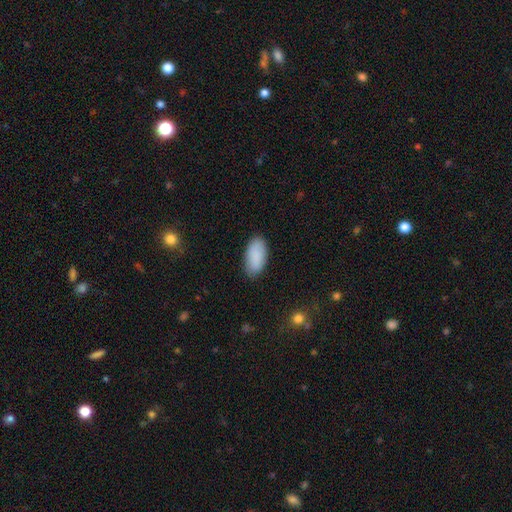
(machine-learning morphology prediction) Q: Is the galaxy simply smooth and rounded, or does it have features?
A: smooth — 89%.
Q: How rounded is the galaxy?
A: in between — 93%.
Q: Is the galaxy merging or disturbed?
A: none — 86%.